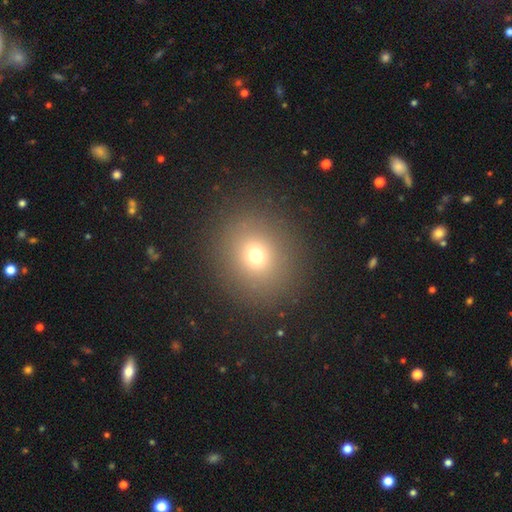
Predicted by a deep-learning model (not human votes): Q: Smooth or featured?
A: smooth (70%); runner-up: star or artifact (19%)
Q: How rounded?
A: round (84%); runner-up: in between (15%)
Q: Merging?
A: none (88%); runner-up: minor disturbance (7%)